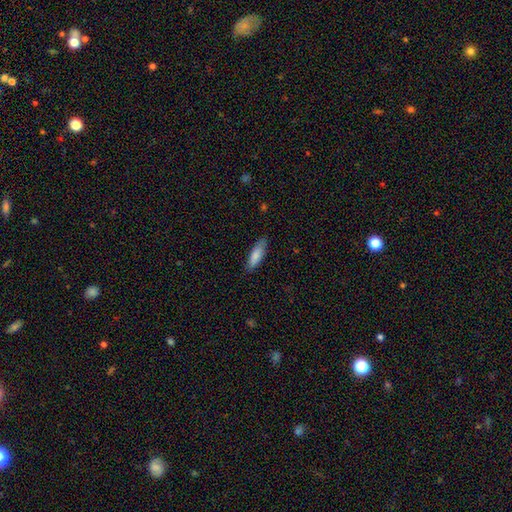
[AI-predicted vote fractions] smooth_or_featured: smooth (p=0.82) [alt: featured or disk p=0.12]
how_rounded: cigar-shaped (p=0.52) [alt: in between p=0.47]
merging: none (p=0.84) [alt: minor disturbance p=0.12]